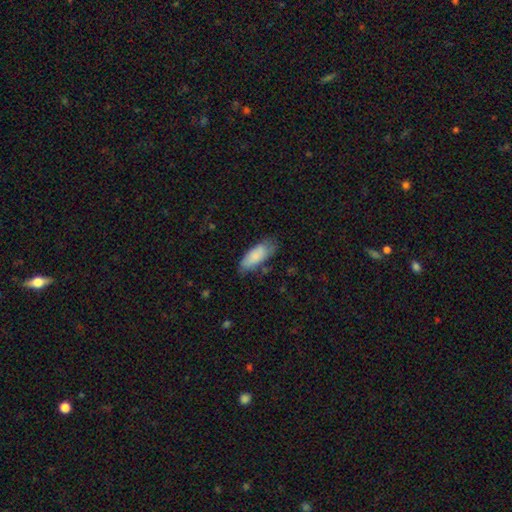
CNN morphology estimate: A smooth galaxy with no disk features (80%) that is in between round and cigar-shaped (79%).

Vote fractions:
- Smooth or featured? smooth: 80% / featured or disk: 13% / star or artifact: 6%
- How rounded? in between: 79% / cigar-shaped: 19% / round: 2%
- Merging? none: 60% / minor disturbance: 30% / major disturbance: 8% / merger: 3%